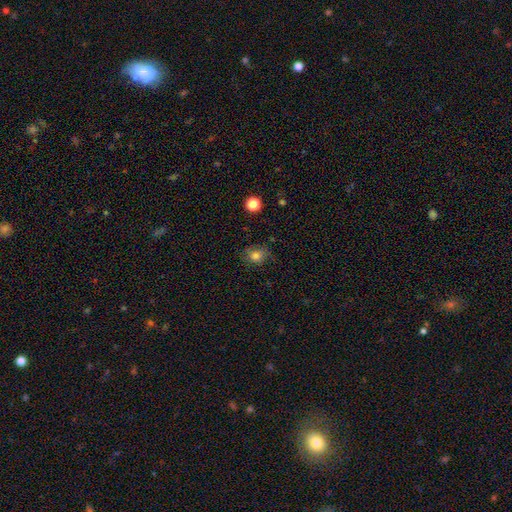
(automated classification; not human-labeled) This appears to be a smooth galaxy with no disk features (79%) that is round (66%). Merging: none (73%).